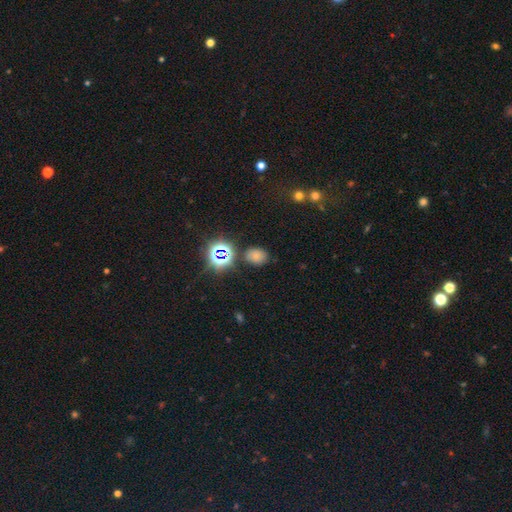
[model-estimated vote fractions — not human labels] Morphology: type=smooth (65%); roundness=in between (52%); merging=none (78%).